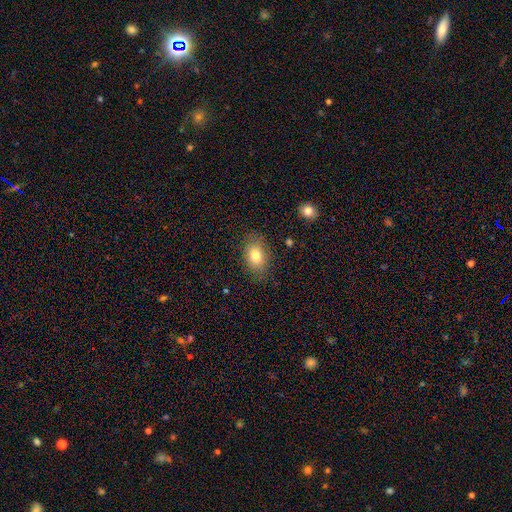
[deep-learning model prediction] This appears to be a smooth galaxy with no disk features (79%) that is in between round and cigar-shaped (79%). Merging: none (82%).